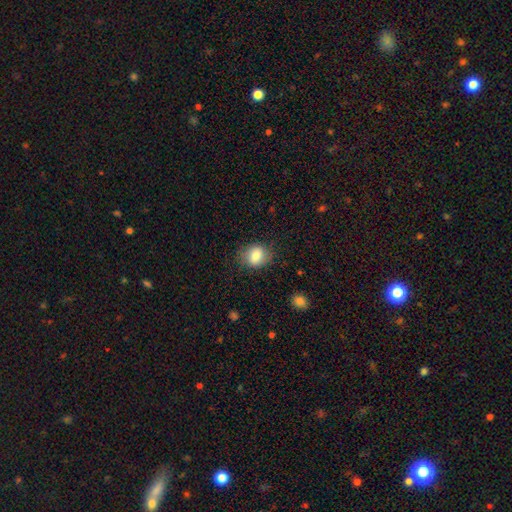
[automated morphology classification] This appears to be a smooth galaxy with no disk features (81%) that is round (50%). Merging: none (77%).